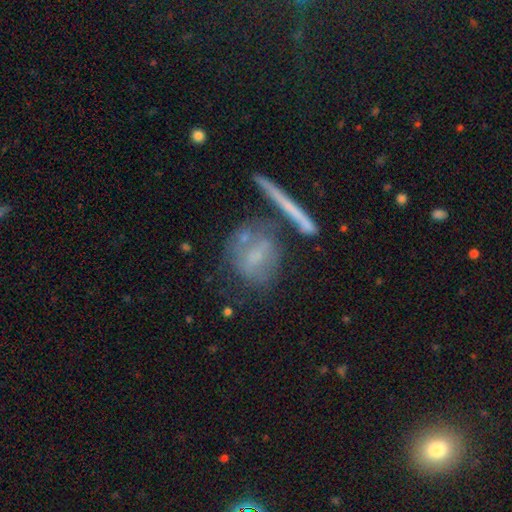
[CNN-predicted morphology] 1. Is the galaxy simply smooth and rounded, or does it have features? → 47% smooth, 42% featured or disk, 11% star or artifact.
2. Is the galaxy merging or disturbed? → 49% none, 20% merger, 18% minor disturbance, 13% major disturbance.